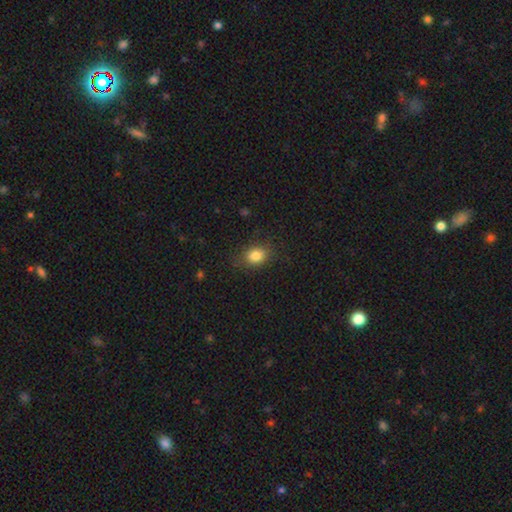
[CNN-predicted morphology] A smooth galaxy with no disk features (83%) that is in between round and cigar-shaped (54%).

Vote fractions:
- Smooth or featured? smooth: 83% / star or artifact: 11% / featured or disk: 6%
- How rounded? in between: 54% / round: 45% / cigar-shaped: 1%
- Merging? none: 80% / minor disturbance: 14% / major disturbance: 4% / merger: 1%